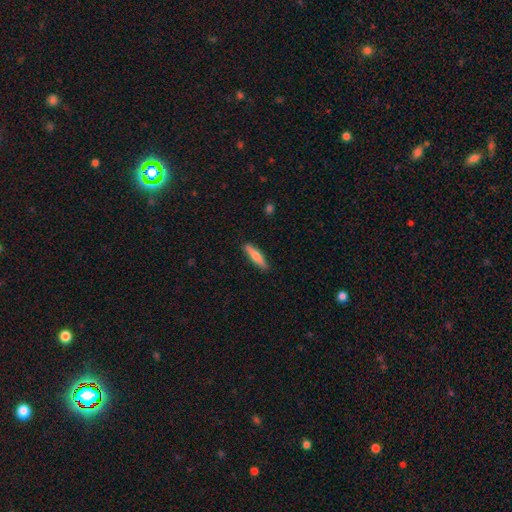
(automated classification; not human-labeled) The model was most divided on "smooth or featured": smooth: 65%, featured or disk: 29%, star or artifact: 6%. More confident: merging — none (88%); how rounded — cigar-shaped (81%).